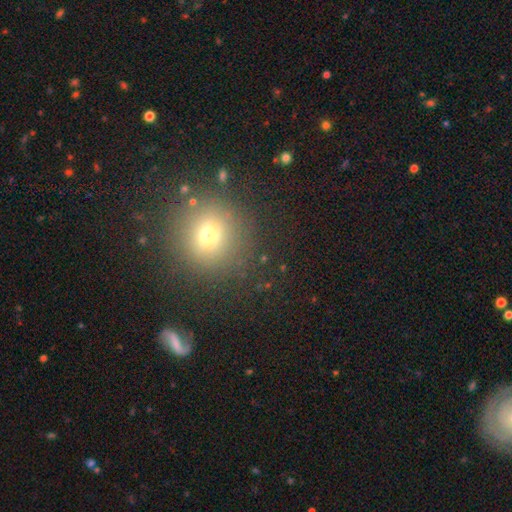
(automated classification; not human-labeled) smooth 61%, star or artifact 30%, featured or disk 9%. Down the decision tree: how rounded — round (90%); merging — none (88%).